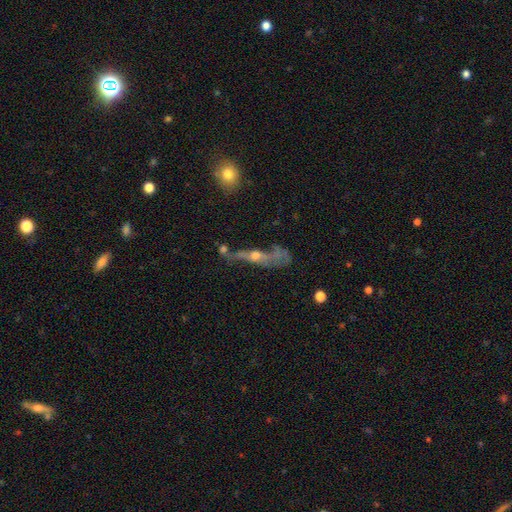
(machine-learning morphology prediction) Smooth or featured: featured or disk — 63% (smooth — 24%)
Edge-on disk: yes — 58% (no — 42%)
Merging: none — 34% (major disturbance — 30%)